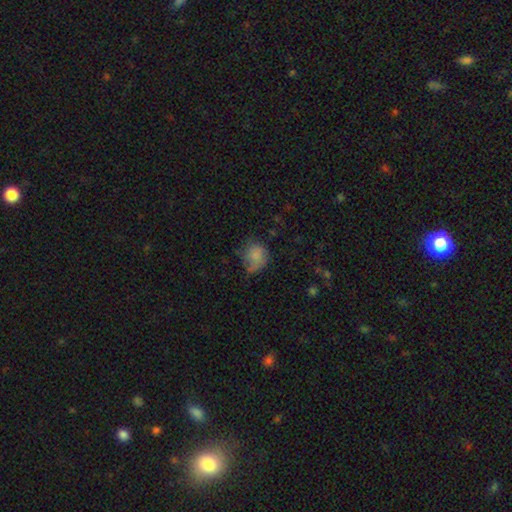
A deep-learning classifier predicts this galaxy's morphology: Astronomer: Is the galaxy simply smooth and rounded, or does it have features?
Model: smooth — 74%.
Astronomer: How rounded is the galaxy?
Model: round — 66%.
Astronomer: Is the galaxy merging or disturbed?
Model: none — 47% (runner-up: minor disturbance, 32%).